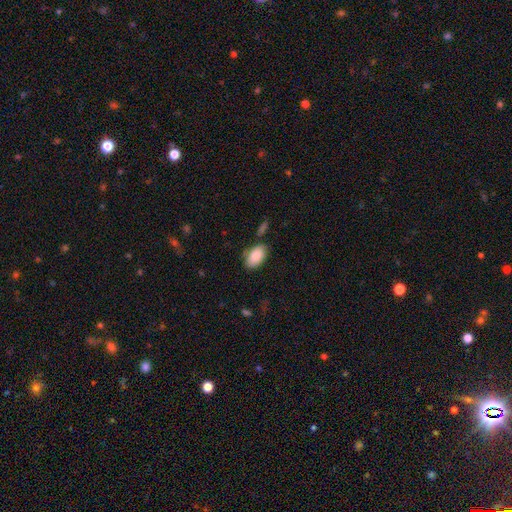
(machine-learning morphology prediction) type=smooth (86%); roundness=in between (94%); merging=none (73%).